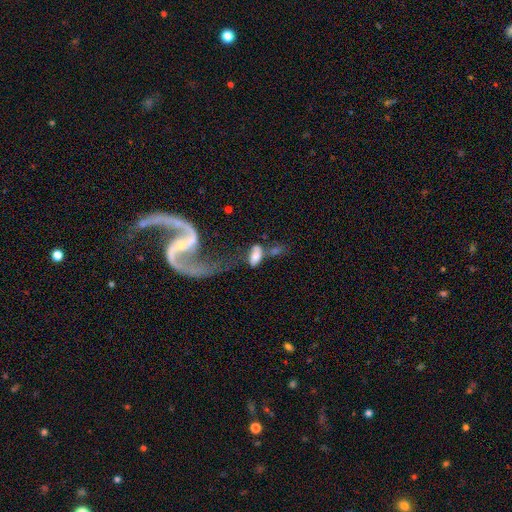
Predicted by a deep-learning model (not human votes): smooth-or-featured: smooth: 62% | featured or disk: 30% | star or artifact: 8%
  how-rounded: in between: 89% | cigar-shaped: 7% | round: 4%
  merging: merger: 33% | none: 28% | major disturbance: 23% | minor disturbance: 16%